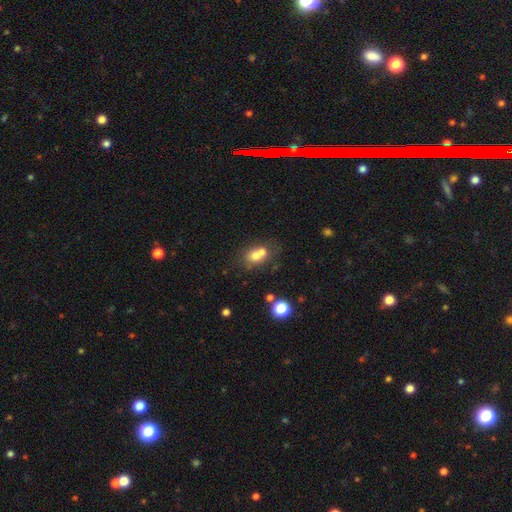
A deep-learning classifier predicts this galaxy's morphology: Smooth or featured? smooth (66%)
How rounded? round (58%)
Merging? merger (55%)